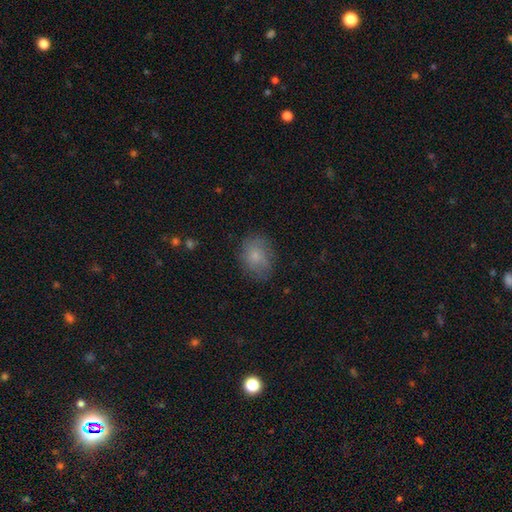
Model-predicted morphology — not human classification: Smooth or featured? smooth (72%)
How rounded? in between (57%)
Merging? none (71%)